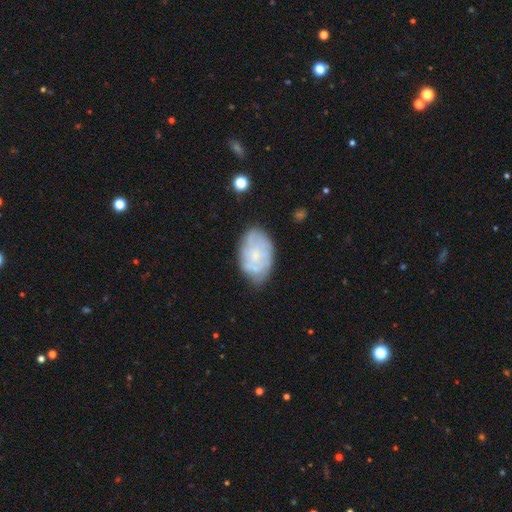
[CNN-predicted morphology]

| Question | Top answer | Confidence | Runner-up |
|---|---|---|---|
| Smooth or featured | featured or disk | 53% | smooth (40%) |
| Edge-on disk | no | 96% | yes (4%) |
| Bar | no | 81% | weak (16%) |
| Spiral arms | yes | 56% | no (44%) |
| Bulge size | small | 55% | moderate (27%) |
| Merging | none | 68% | minor disturbance (22%) |